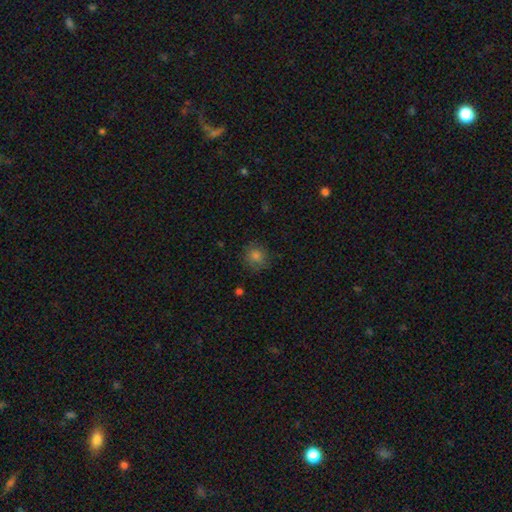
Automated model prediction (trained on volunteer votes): Smooth or featured: smooth — 79% (star or artifact — 14%)
How rounded: round — 88% (in between — 11%)
Merging: none — 82% (minor disturbance — 13%)